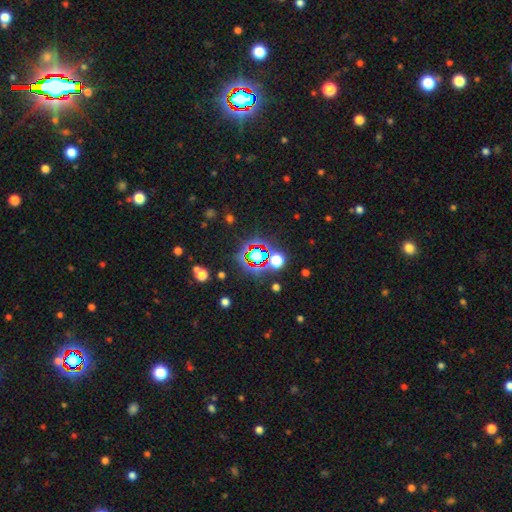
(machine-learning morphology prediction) smooth-or-featured: star or artifact: 68% | smooth: 20% | featured or disk: 11%